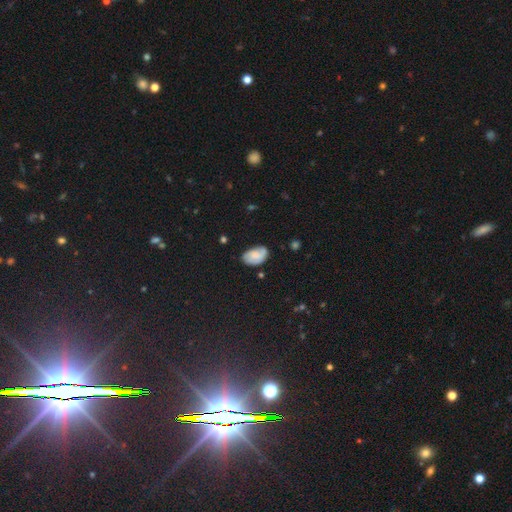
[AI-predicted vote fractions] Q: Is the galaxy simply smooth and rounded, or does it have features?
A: smooth — 65%.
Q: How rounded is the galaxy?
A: in between — 90%.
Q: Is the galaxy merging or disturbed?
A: none — 59%.